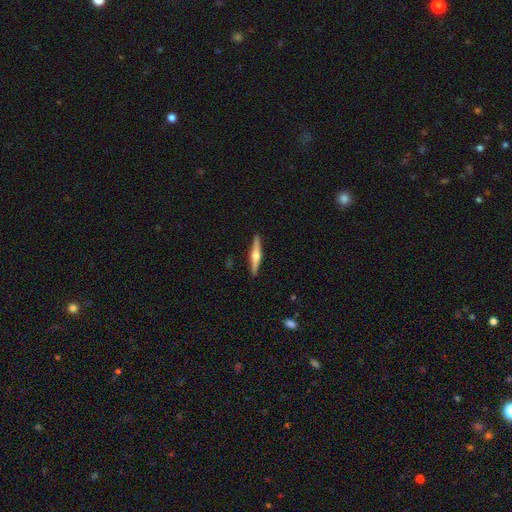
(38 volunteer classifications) Q: Smooth or featured?
A: featured or disk (53%); runner-up: smooth (39%)
Q: Edge-on disk?
A: yes (95%); runner-up: no (5%)
Q: Edge-on bulge?
A: rounded (95%); runner-up: boxy (5%)
Q: Merging?
A: none (97%); runner-up: minor disturbance (3%)